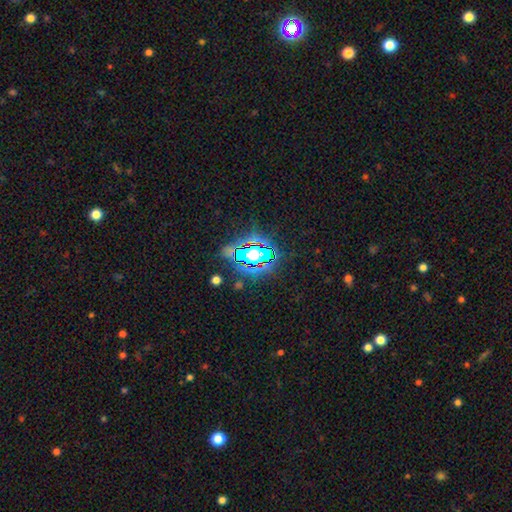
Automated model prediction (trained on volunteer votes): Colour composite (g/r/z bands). It shows a star or artifact, not a galaxy (63%).